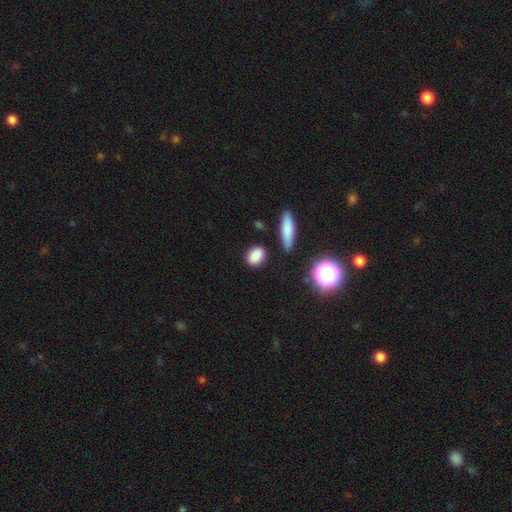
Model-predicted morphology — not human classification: A smooth galaxy with no disk features (85%) that is in between round and cigar-shaped (57%). Merging: none (85%).